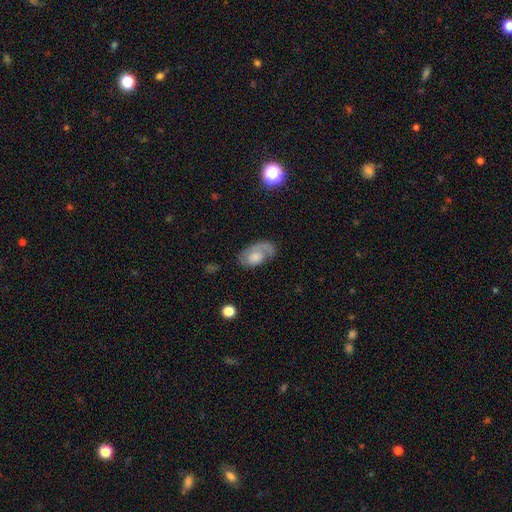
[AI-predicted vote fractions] Smooth or featured? Predicted: smooth (p=0.49). Merging? Predicted: none (p=0.53).